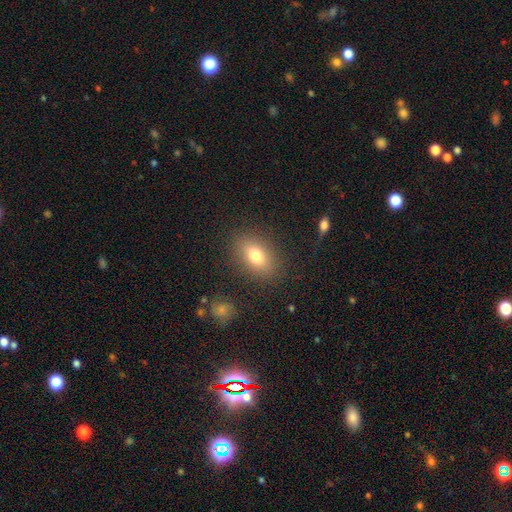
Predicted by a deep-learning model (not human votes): smooth-or-featured: smooth: 77% | featured or disk: 13% | star or artifact: 10%
  how-rounded: in between: 84% | round: 13% | cigar-shaped: 3%
  merging: none: 85% | minor disturbance: 10% | major disturbance: 4% | merger: 2%